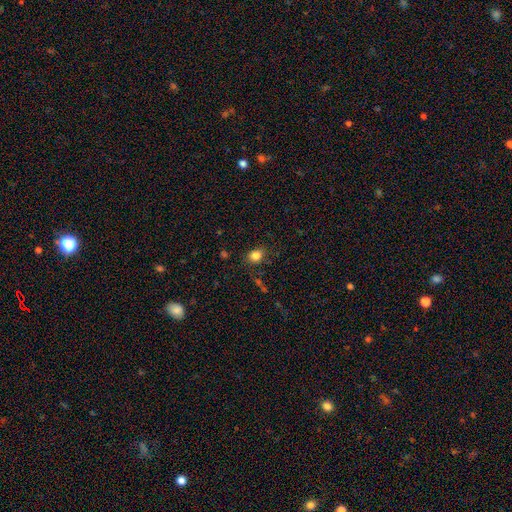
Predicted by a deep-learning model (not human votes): smooth-or-featured: smooth: 83% | star or artifact: 12% | featured or disk: 6%
  how-rounded: in between: 50% | round: 49% | cigar-shaped: 1%
  merging: none: 82% | minor disturbance: 12% | major disturbance: 4% | merger: 2%